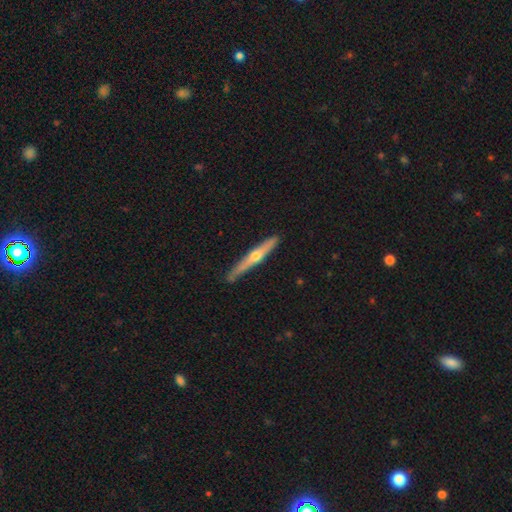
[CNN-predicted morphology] A featured or disk galaxy (68%) viewed edge-on (97%) with a rounded central bulge (89%).

Vote fractions:
- Smooth or featured? featured or disk: 68% / smooth: 27% / star or artifact: 5%
- Edge-on disk? yes: 97% / no: 3%
- Edge-on bulge? rounded: 89% / none: 8% / boxy: 2%
- Merging? none: 87% / minor disturbance: 10% / major disturbance: 2% / merger: 1%